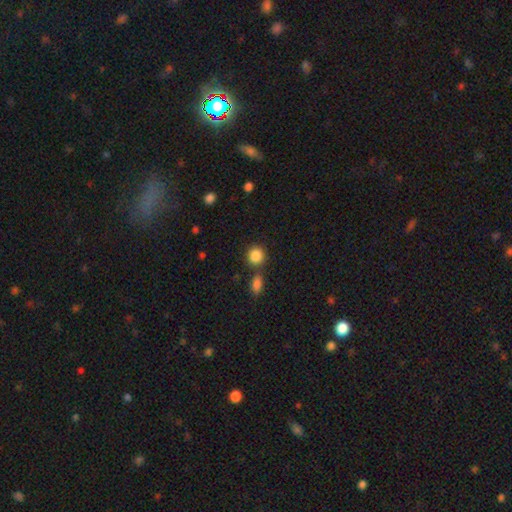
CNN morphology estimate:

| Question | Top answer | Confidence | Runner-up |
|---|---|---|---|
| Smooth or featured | smooth | 87% | star or artifact (9%) |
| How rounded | round | 83% | in between (16%) |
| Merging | none | 71% | merger (16%) |